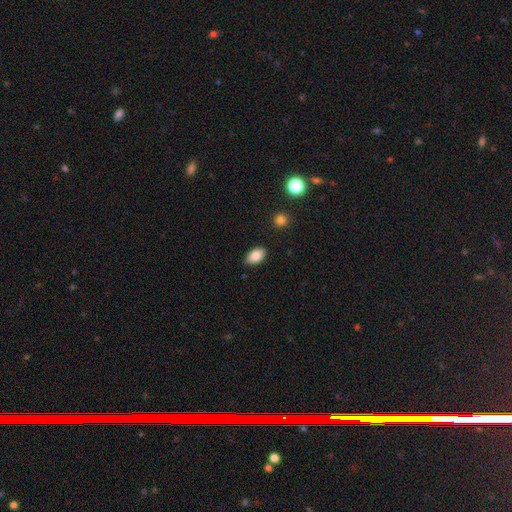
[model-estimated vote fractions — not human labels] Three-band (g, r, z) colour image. It shows a smooth galaxy with no disk features (85%) that is in between round and cigar-shaped (92%). Merging: none (87%).